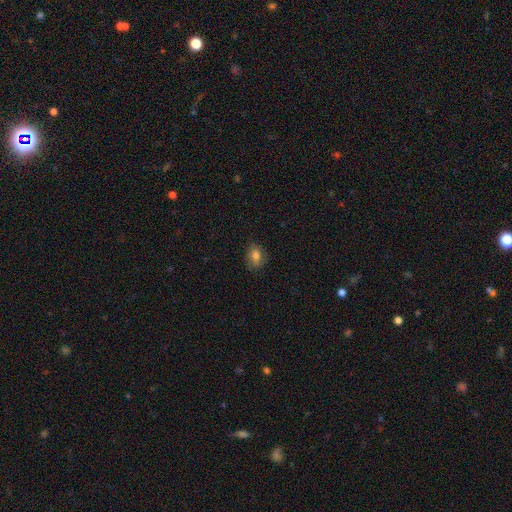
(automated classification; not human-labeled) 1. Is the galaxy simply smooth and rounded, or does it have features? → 68% smooth, 21% featured or disk, 11% star or artifact.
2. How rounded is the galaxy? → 67% in between, 31% round, 2% cigar-shaped.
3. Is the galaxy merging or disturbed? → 76% none, 18% minor disturbance, 5% major disturbance, 1% merger.